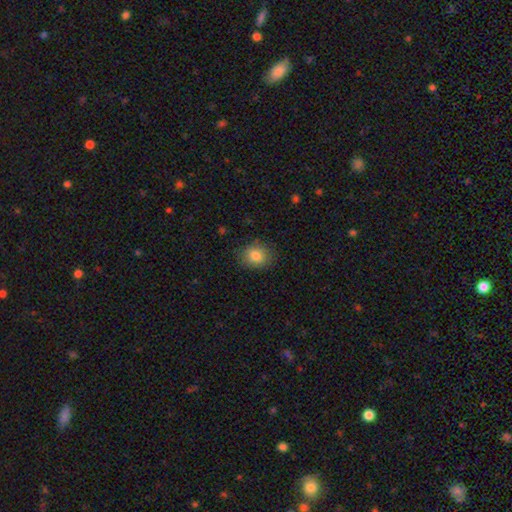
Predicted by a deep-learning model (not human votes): Overall: smooth (84%). How rounded: round (61%; in between 38%). Merging: none (83%).